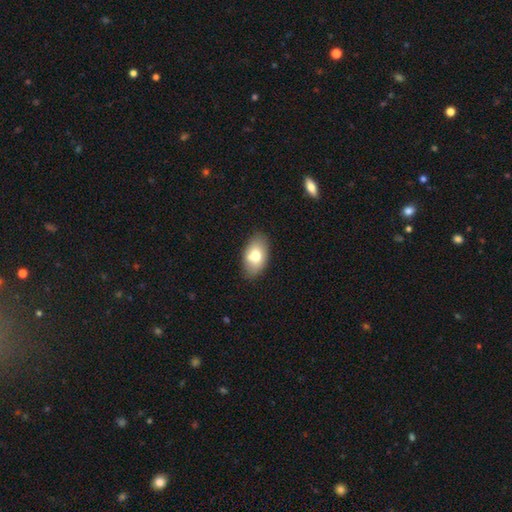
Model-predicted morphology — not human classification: Overall: smooth (73%). How rounded: in between (91%). Merging: none (76%).